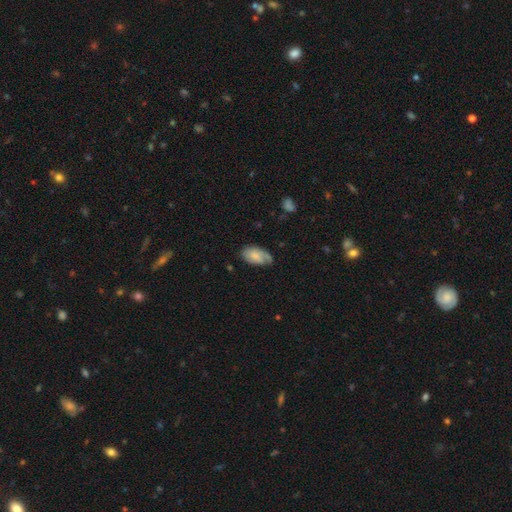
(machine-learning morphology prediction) A smooth galaxy with no disk features (57%) that is in between round and cigar-shaped (93%). Merging: none (54%).